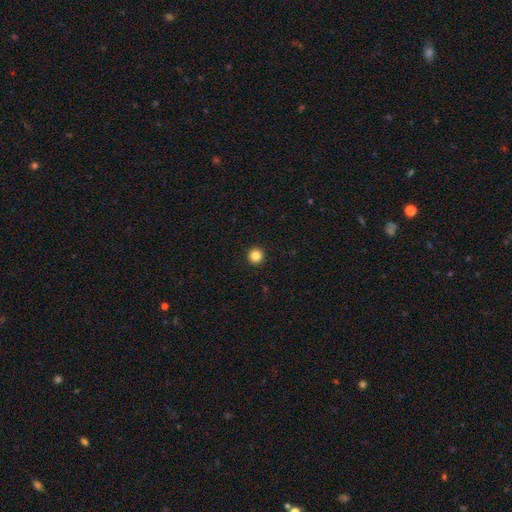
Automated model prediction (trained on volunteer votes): smooth 85%, star or artifact 11%, featured or disk 4%. Down the decision tree: how rounded — round (96%); merging — none (94%).